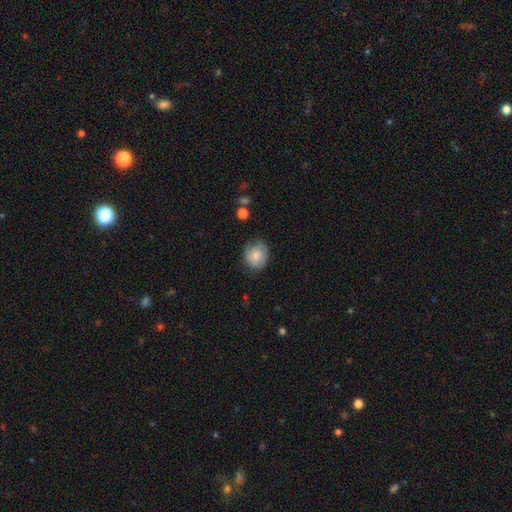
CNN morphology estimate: Smooth or featured?
  - smooth: 78% *
  - featured or disk: 14%
  - star or artifact: 7%
How rounded?
  - round: 67% *
  - in between: 32%
  - cigar-shaped: 1%
Merging?
  - none: 69% *
  - minor disturbance: 23%
  - major disturbance: 6%
  - merger: 2%